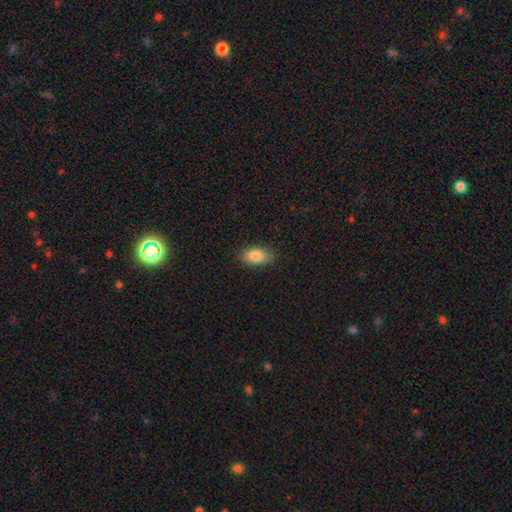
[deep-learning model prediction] Overall: smooth (85%). How rounded: in between (92%). Merging: none (84%).